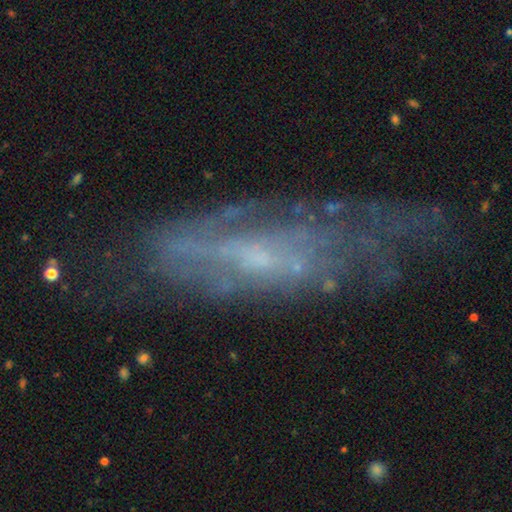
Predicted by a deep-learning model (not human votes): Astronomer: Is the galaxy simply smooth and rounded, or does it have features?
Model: featured or disk — 70%.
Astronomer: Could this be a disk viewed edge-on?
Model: no — 74%.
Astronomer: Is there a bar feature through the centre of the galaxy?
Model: no — 61%.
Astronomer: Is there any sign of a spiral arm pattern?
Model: yes — 65%.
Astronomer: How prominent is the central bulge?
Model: small — 64%.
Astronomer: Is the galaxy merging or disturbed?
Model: none — 58%.